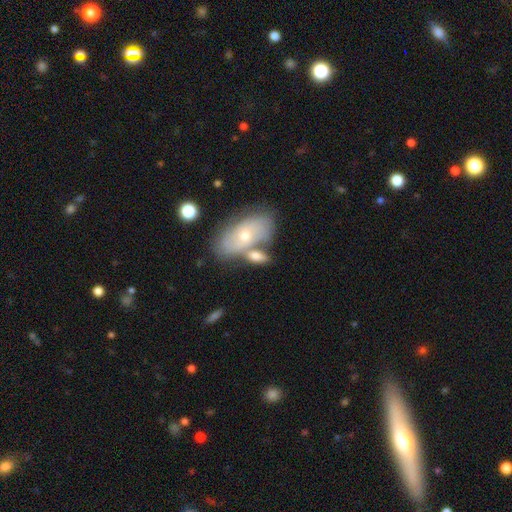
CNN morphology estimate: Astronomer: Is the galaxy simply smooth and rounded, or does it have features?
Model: smooth — 57% (runner-up: featured or disk, 36%).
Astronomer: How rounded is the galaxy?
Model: in between — 86%.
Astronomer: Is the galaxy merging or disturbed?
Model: merger — 41% (runner-up: none, 39%).